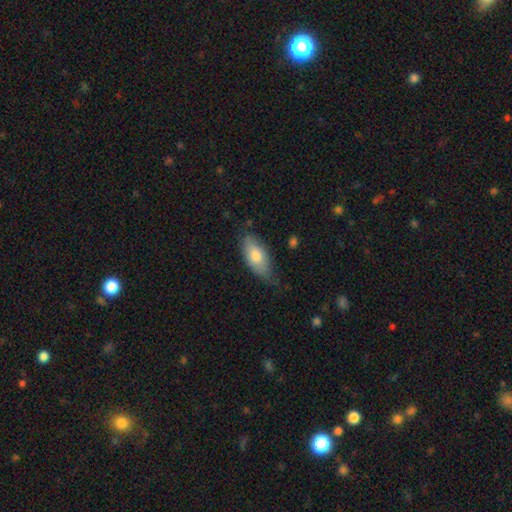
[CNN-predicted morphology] Smooth or featured? smooth (75%)
How rounded? in between (88%)
Merging? none (63%)